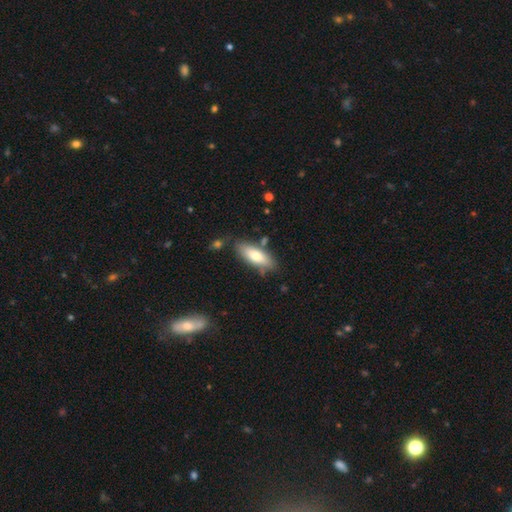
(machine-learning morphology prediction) type=smooth (73%); roundness=in between (70%); merging=none (76%).